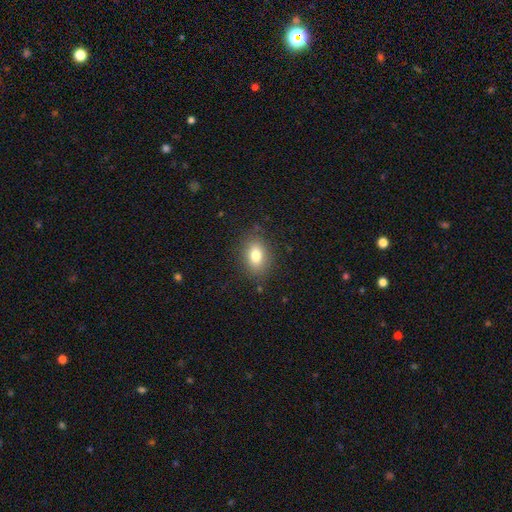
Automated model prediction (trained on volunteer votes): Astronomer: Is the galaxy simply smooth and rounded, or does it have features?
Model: smooth — 79%.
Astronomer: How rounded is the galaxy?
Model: in between — 74%.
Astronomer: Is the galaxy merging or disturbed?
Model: none — 84%.